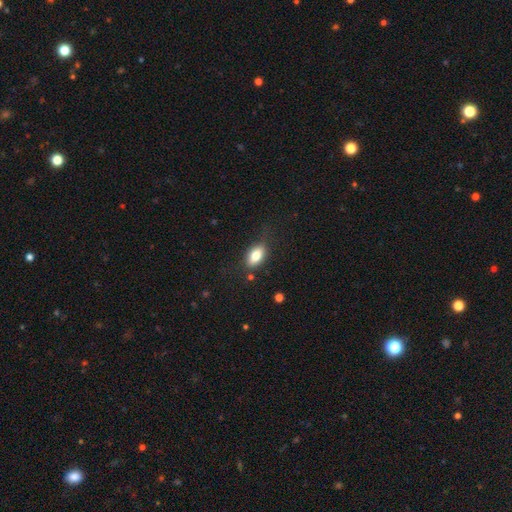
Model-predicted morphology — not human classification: smooth-or-featured: smooth: 78% | featured or disk: 14% | star or artifact: 8%
  how-rounded: in between: 89% | round: 7% | cigar-shaped: 4%
  merging: none: 78% | minor disturbance: 15% | major disturbance: 5% | merger: 2%